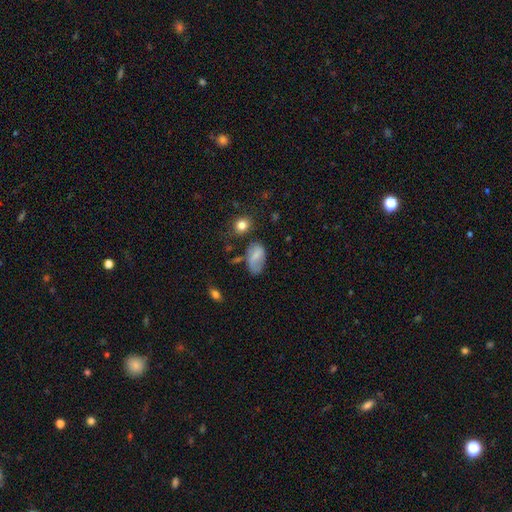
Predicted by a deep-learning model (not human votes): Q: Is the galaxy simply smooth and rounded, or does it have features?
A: smooth — 70%.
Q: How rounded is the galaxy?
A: in between — 91%.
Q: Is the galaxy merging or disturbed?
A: none — 49%.